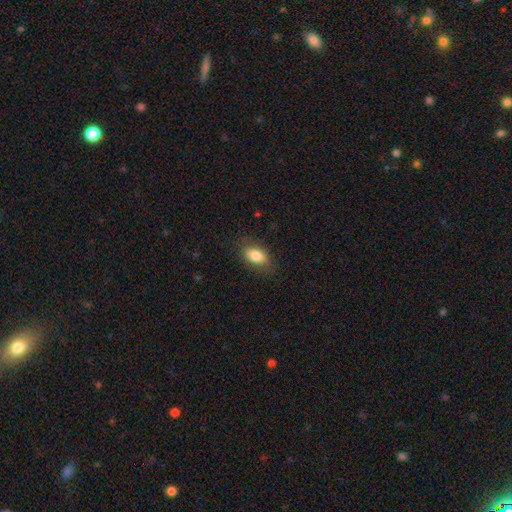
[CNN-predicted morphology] This appears to be a smooth galaxy with no disk features (81%) that is in between round and cigar-shaped (89%). Merging: none (80%).